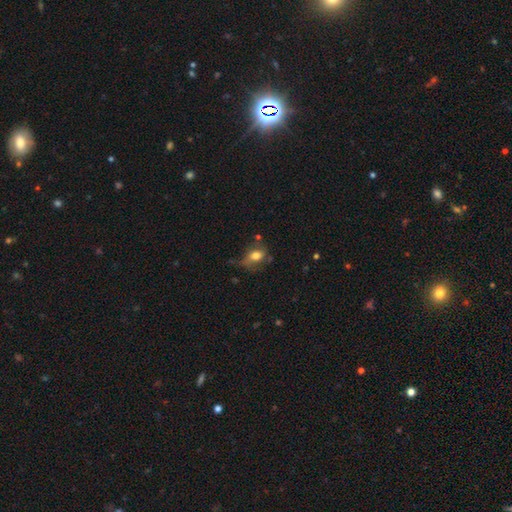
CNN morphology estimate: This is likely a smooth galaxy (67%). How rounded: likely in between (72%). Merging: marginally none (42%).